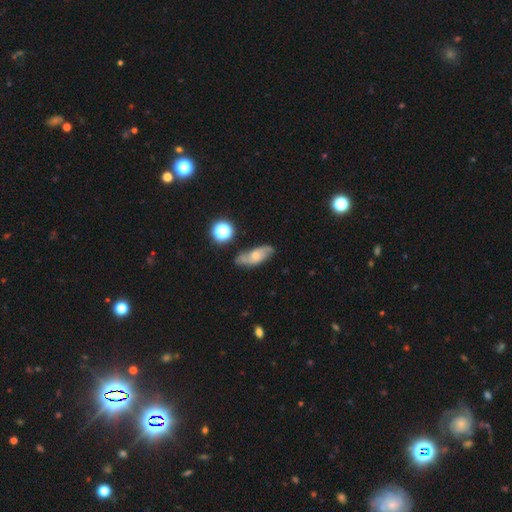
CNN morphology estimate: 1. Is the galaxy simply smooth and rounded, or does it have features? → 55% featured or disk, 35% smooth, 10% star or artifact.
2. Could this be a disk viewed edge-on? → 88% no, 12% yes.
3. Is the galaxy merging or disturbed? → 68% none, 21% minor disturbance, 6% major disturbance, 5% merger.